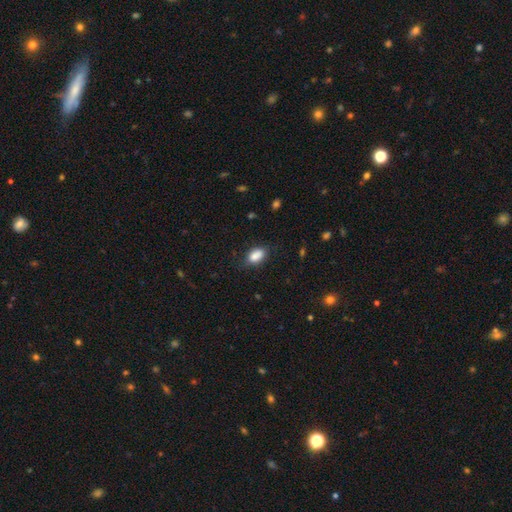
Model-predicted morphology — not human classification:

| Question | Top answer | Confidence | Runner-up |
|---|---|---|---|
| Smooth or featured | smooth | 87% | star or artifact (8%) |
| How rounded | in between | 89% | round (8%) |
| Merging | none | 75% | minor disturbance (19%) |